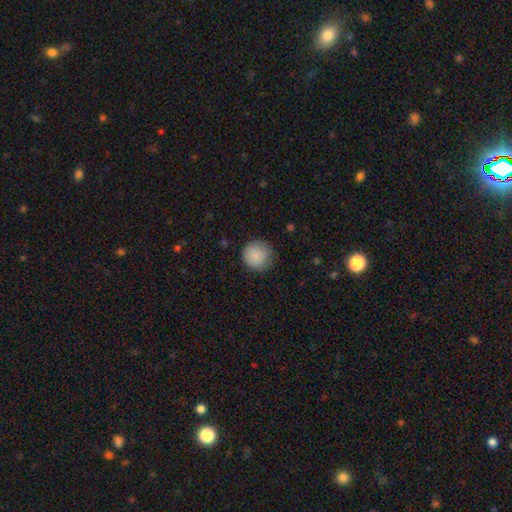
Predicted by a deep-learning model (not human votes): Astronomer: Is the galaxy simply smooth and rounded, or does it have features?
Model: smooth — 89%.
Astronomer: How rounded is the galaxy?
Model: round — 94%.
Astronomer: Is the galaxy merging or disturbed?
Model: none — 83%.